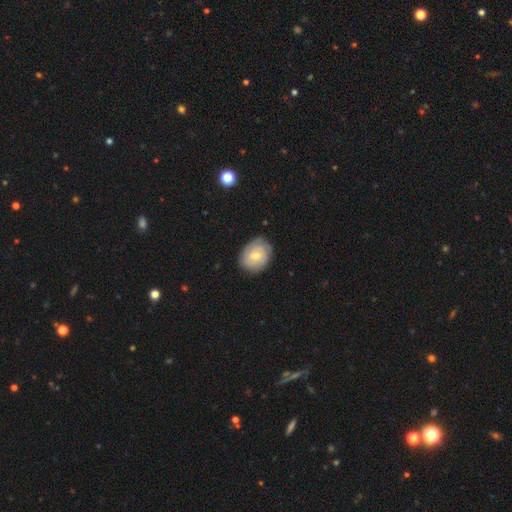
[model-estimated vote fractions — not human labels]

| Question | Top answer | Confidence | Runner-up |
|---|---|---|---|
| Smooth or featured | featured or disk | 54% | smooth (39%) |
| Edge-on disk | no | 96% | yes (4%) |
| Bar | no | 60% | weak (34%) |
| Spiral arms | yes | 82% | no (18%) |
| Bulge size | moderate | 58% | small (37%) |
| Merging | none | 78% | minor disturbance (17%) |